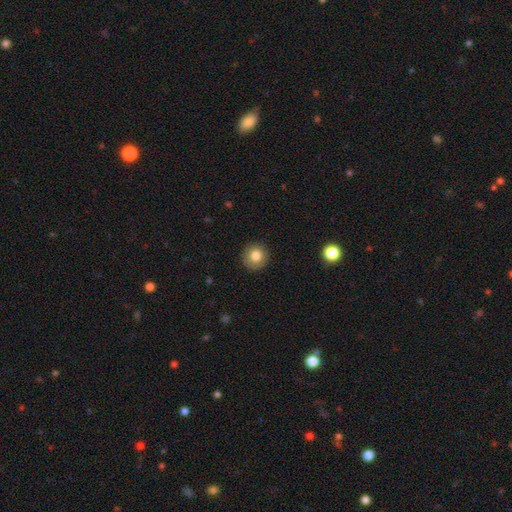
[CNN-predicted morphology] smooth_or_featured: smooth (p=0.79) [alt: featured or disk p=0.11]
how_rounded: round (p=0.93) [alt: in between p=0.06]
merging: none (p=0.89) [alt: minor disturbance p=0.08]